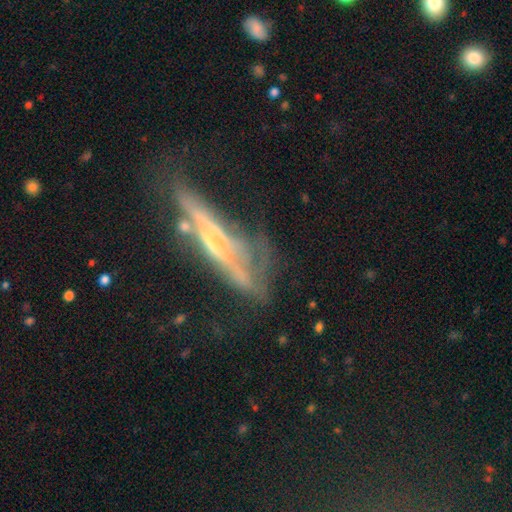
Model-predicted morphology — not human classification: Overall: featured or disk (68%). Edge-on disk: yes (69%; no 31%). Merging: none (44%; minor disturbance 25%).